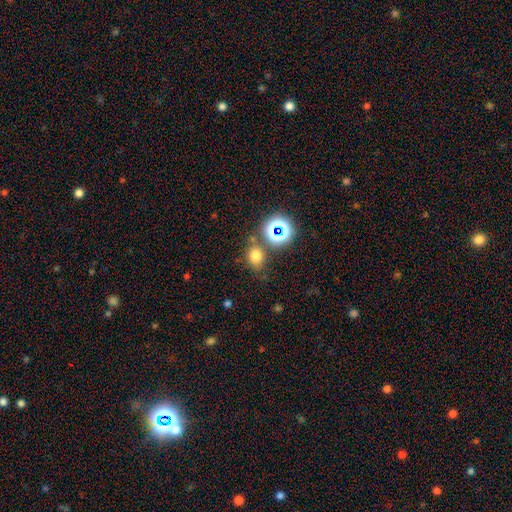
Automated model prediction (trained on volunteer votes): A smooth galaxy with no disk features (70%) that is round (56%). Merging: none (70%).